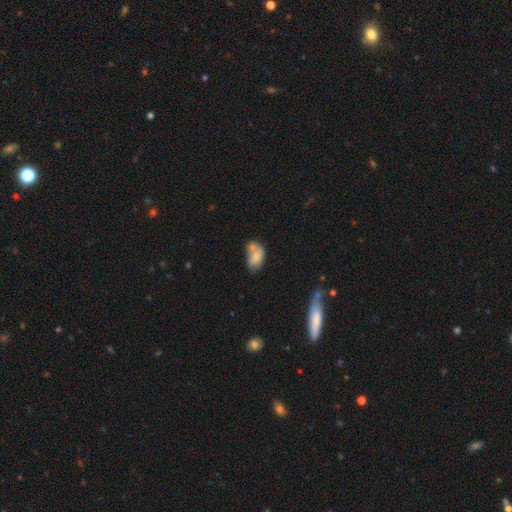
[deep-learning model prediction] A smooth galaxy with no disk features (73%) that is in between round and cigar-shaped (89%).

Vote fractions:
- Smooth or featured? smooth: 73% / featured or disk: 19% / star or artifact: 8%
- How rounded? in between: 89% / round: 9% / cigar-shaped: 2%
- Merging? merger: 41% / none: 32% / minor disturbance: 19% / major disturbance: 9%